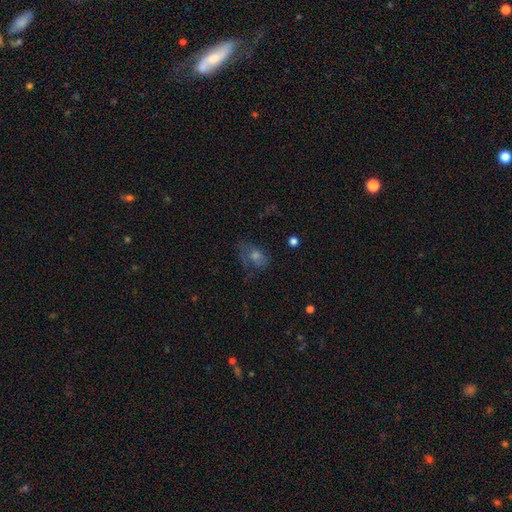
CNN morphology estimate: Q: Smooth or featured?
A: smooth (45%); runner-up: featured or disk (35%)
Q: Merging?
A: none (49%); runner-up: minor disturbance (25%)